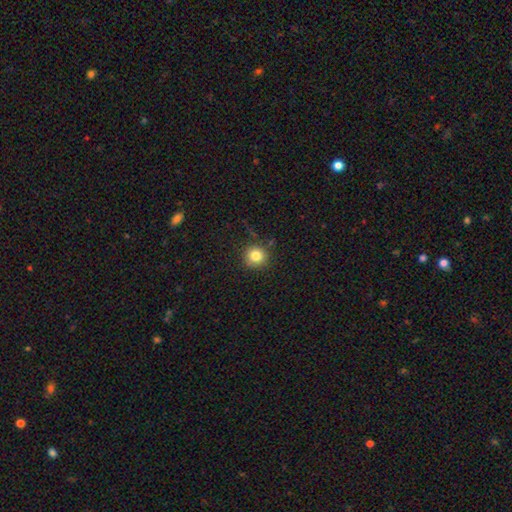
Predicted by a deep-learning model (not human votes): Q: Smooth or featured?
A: smooth (82%); runner-up: star or artifact (11%)
Q: How rounded?
A: round (92%); runner-up: in between (7%)
Q: Merging?
A: none (84%); runner-up: minor disturbance (11%)